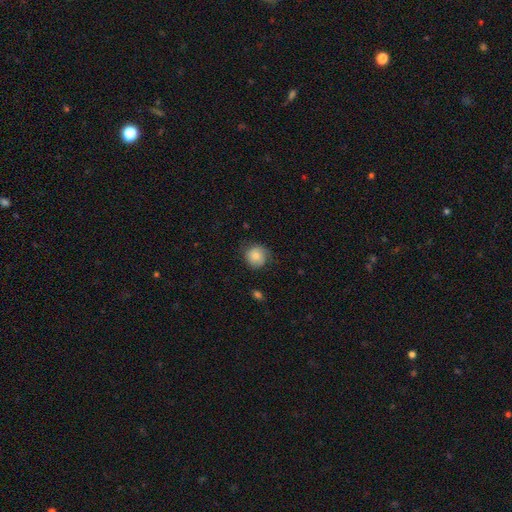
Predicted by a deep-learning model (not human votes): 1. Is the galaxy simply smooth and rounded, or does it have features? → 74% smooth, 18% featured or disk, 8% star or artifact.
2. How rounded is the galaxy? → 88% round, 11% in between, 1% cigar-shaped.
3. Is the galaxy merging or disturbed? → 70% none, 22% minor disturbance, 7% major disturbance, 1% merger.